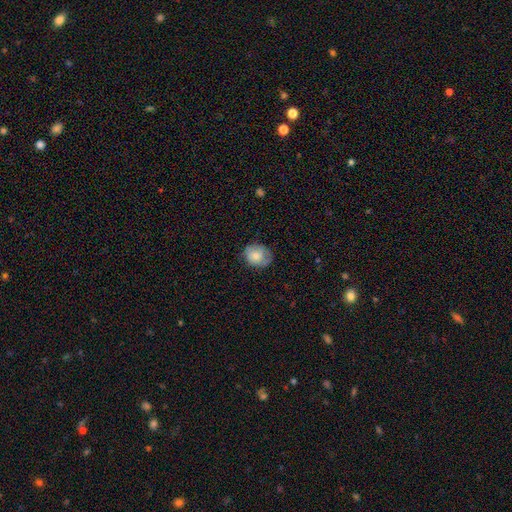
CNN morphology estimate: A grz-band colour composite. It shows a smooth galaxy with no disk features (75%) that is round (63%). Merging: none (67%).